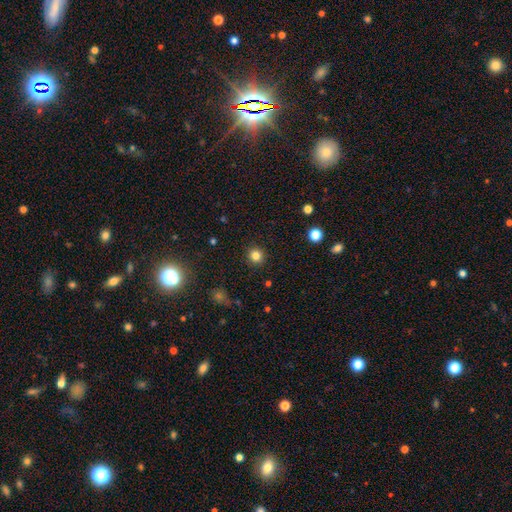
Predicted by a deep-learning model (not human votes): smooth_or_featured: smooth (p=0.82) [alt: star or artifact p=0.13]
how_rounded: round (p=0.93) [alt: in between p=0.06]
merging: none (p=0.92) [alt: minor disturbance p=0.05]